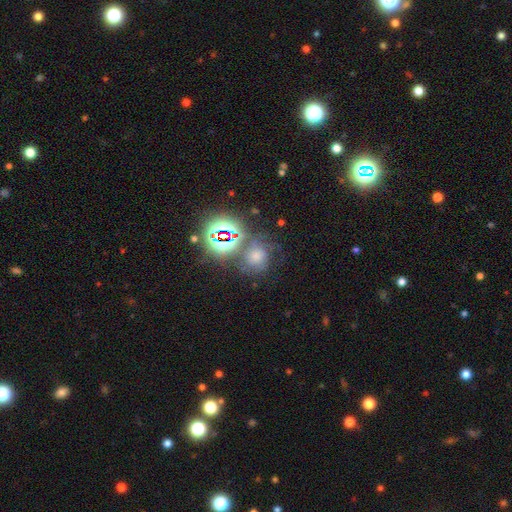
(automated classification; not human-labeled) A smooth galaxy with no disk features (43%).

Vote fractions:
- Smooth or featured? smooth: 43% / star or artifact: 33% / featured or disk: 25%
- Merging? none: 50% / minor disturbance: 19% / merger: 17% / major disturbance: 14%